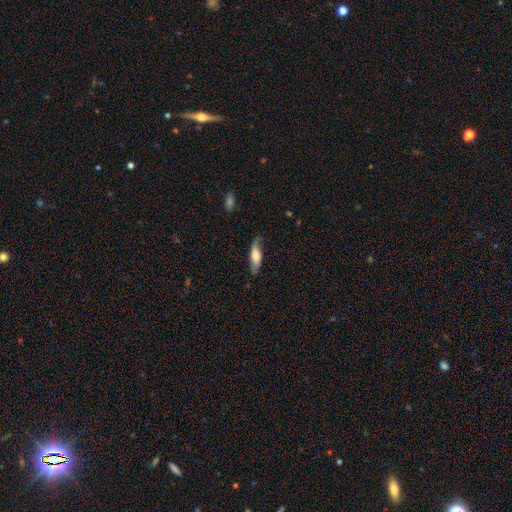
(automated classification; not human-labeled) The model was most divided on "how rounded": in between: 50%, cigar-shaped: 47%, round: 2%. More confident: merging — none (71%); smooth or featured — smooth (62%).